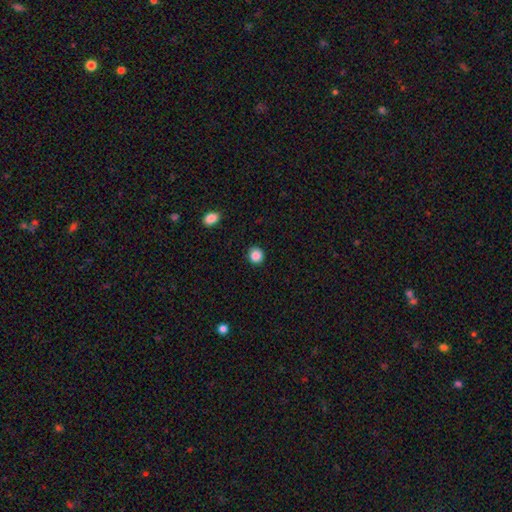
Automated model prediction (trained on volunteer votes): Q: Smooth or featured?
A: smooth (87%); runner-up: star or artifact (10%)
Q: How rounded?
A: round (90%); runner-up: in between (9%)
Q: Merging?
A: none (91%); runner-up: minor disturbance (6%)